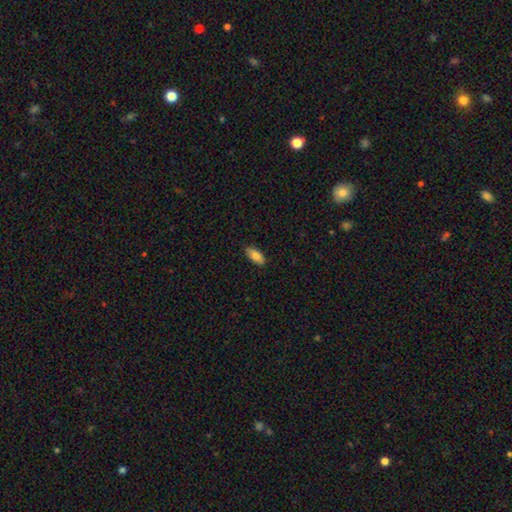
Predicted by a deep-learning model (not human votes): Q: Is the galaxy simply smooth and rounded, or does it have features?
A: smooth — 82%.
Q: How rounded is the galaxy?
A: in between — 87%.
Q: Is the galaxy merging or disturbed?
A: none — 87%.